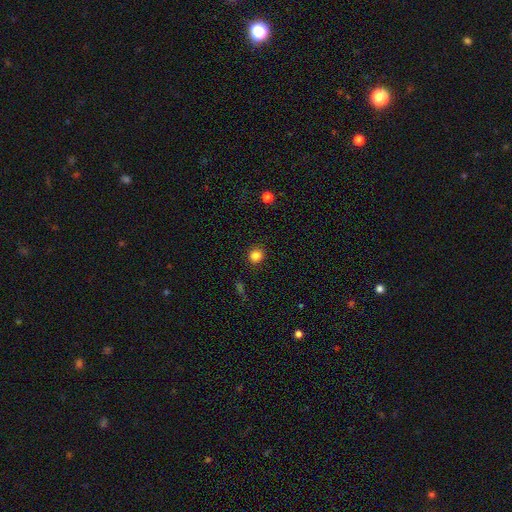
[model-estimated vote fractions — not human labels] This appears to be a smooth galaxy with no disk features (84%) that is round (88%). Merging: none (91%).